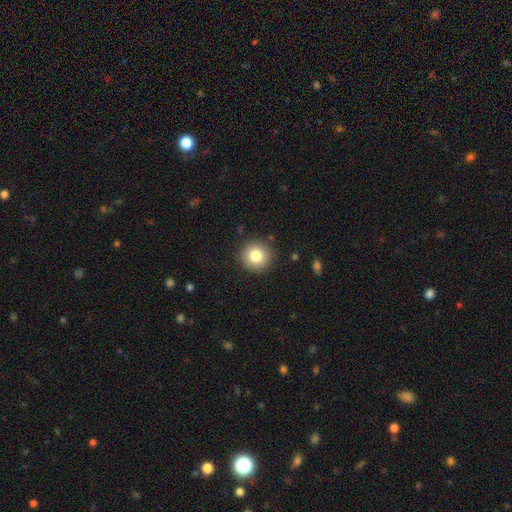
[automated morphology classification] Smooth or featured?
  - smooth: 81% *
  - star or artifact: 10%
  - featured or disk: 8%
How rounded?
  - round: 94% *
  - in between: 5%
  - cigar-shaped: 1%
Merging?
  - none: 90% *
  - minor disturbance: 7%
  - major disturbance: 2%
  - merger: 1%